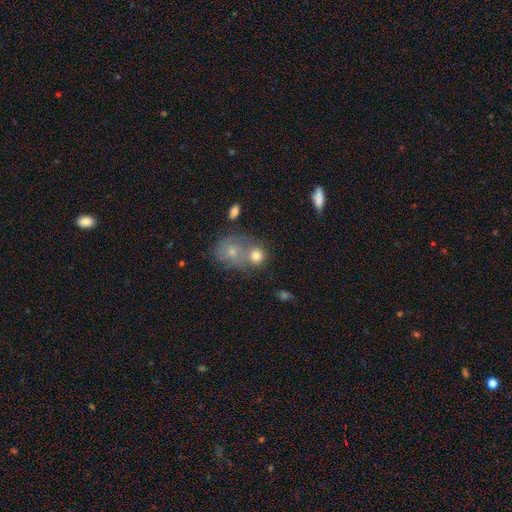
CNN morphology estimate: Smooth or featured? smooth (76%)
How rounded? round (78%)
Merging? merger (49%)